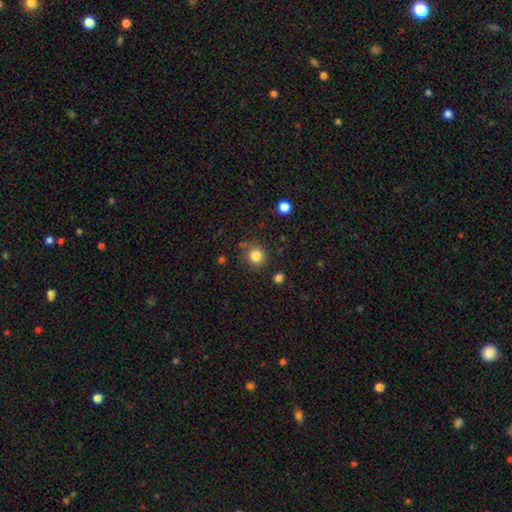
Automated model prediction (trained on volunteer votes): Overall: smooth (84%). How rounded: round (90%). Merging: none (79%).